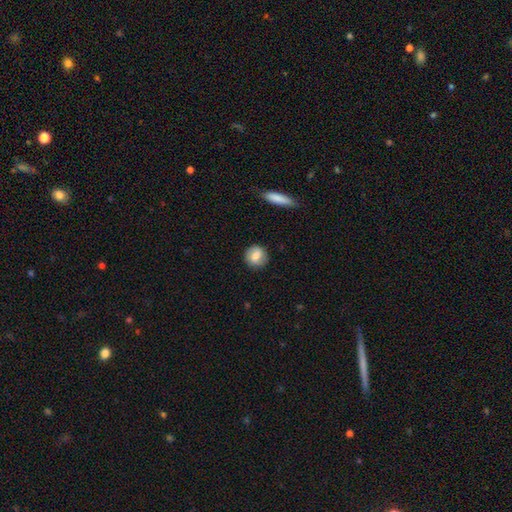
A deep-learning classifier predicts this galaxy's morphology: This is likely a smooth galaxy (74%). How rounded: clearly round (84%). Merging: clearly none (86%).